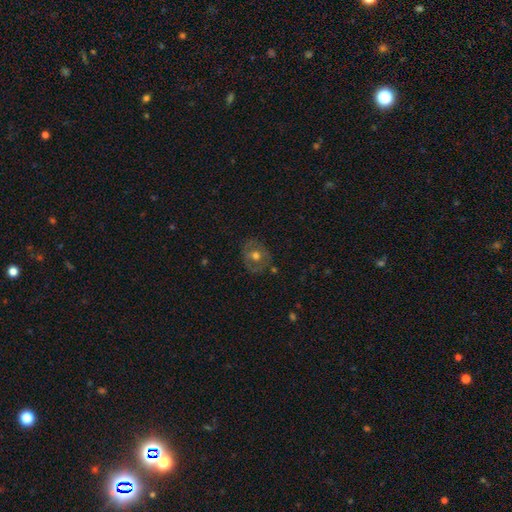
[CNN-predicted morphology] A smooth galaxy with no disk features (47%). Merging: none (74%).